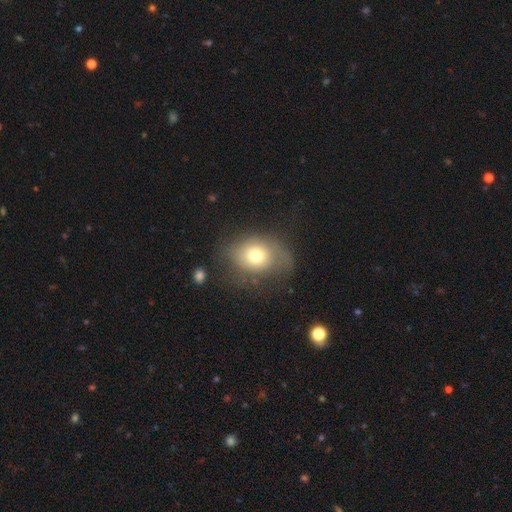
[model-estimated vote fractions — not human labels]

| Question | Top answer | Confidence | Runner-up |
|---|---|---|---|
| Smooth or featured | smooth | 70% | featured or disk (19%) |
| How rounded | round | 50% | in between (49%) |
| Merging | none | 51% | minor disturbance (27%) |